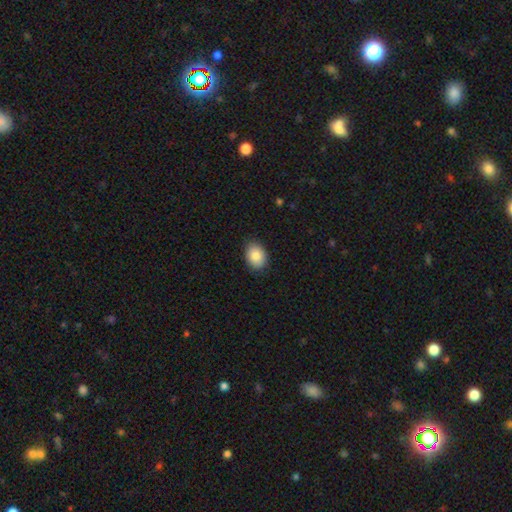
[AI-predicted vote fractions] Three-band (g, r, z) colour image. It shows a smooth galaxy with no disk features (86%) that is in between round and cigar-shaped (67%). Merging: none (87%).